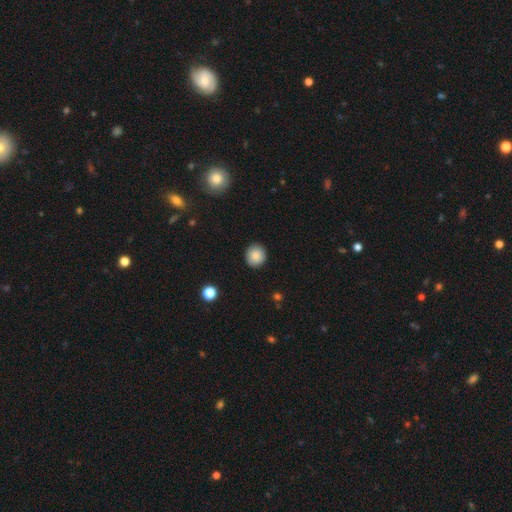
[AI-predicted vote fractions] This appears to be a smooth galaxy with no disk features (86%) that is round (90%). Merging: none (91%).